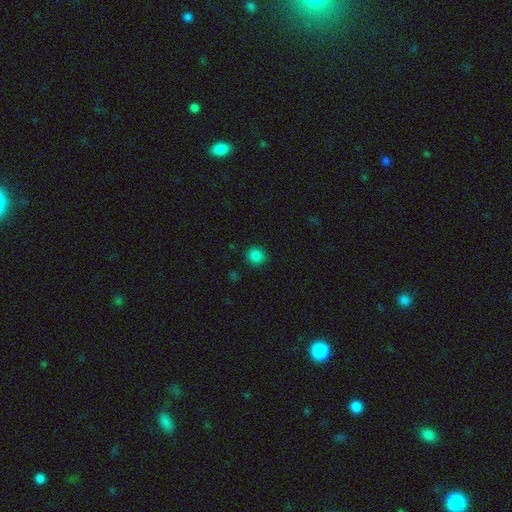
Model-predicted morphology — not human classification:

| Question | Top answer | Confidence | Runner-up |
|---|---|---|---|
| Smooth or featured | smooth | 84% | star or artifact (12%) |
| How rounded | round | 91% | in between (8%) |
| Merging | none | 90% | minor disturbance (7%) |